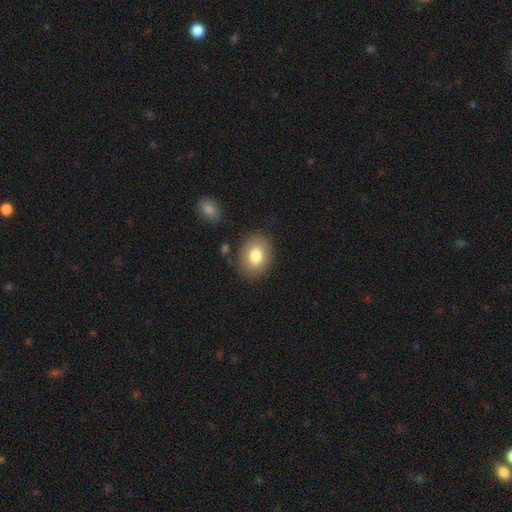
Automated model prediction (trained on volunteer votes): smooth 78%, featured or disk 14%, star or artifact 8%. Down the decision tree: how rounded — in between (66%); merging — none (84%).